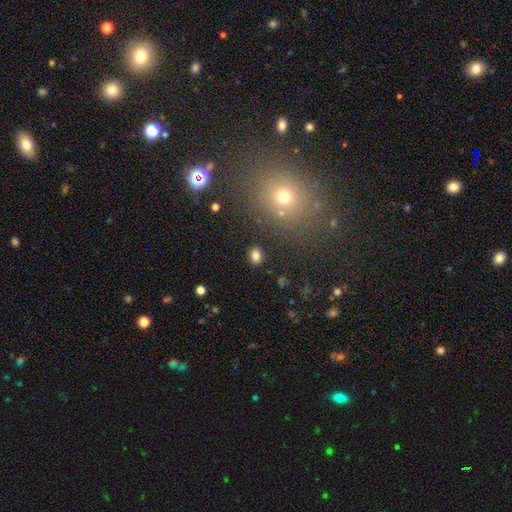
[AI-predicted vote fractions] The model was most divided on "how rounded": round: 63%, in between: 36%, cigar-shaped: 1%. More confident: merging — none (87%); smooth or featured — smooth (80%).